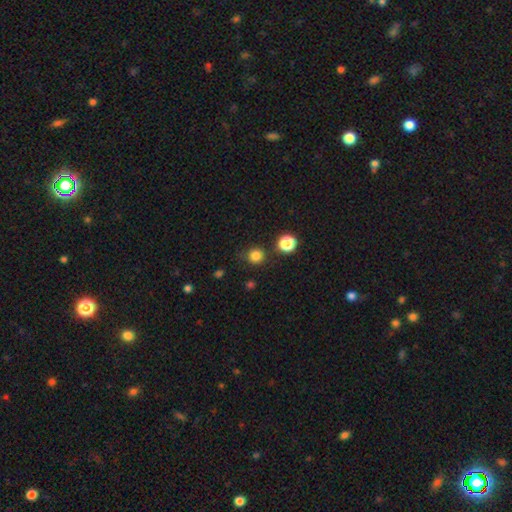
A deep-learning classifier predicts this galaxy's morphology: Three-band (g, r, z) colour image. It shows a smooth galaxy with no disk features (82%) that is round (92%). Merging: none (80%).